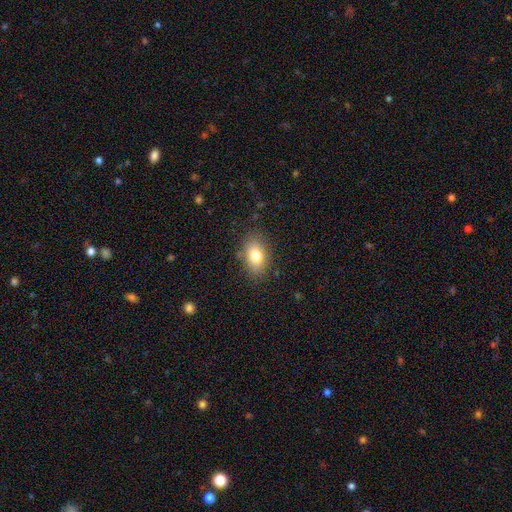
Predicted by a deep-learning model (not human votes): smooth-or-featured: smooth: 78% | featured or disk: 13% | star or artifact: 9%
  how-rounded: in between: 86% | round: 12% | cigar-shaped: 2%
  merging: none: 82% | minor disturbance: 13% | major disturbance: 4% | merger: 2%